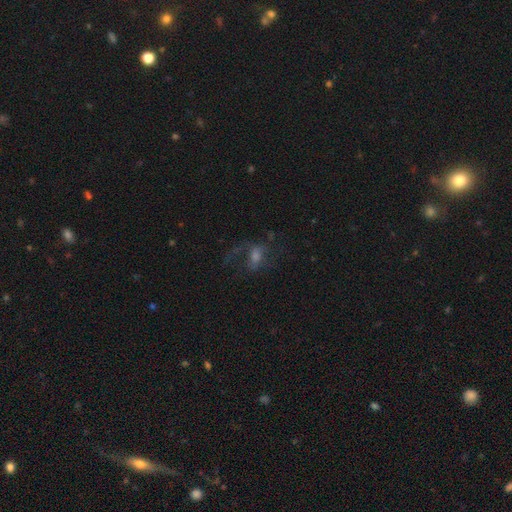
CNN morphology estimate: This is possibly a featured or disk galaxy (53%). It is clearly not viewed edge-on (93%). Merging: marginally none (44%).